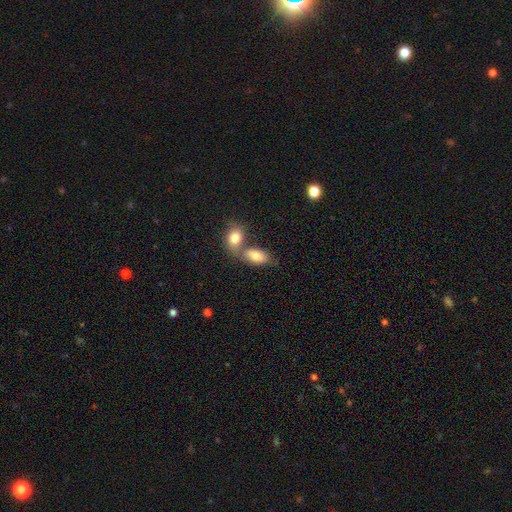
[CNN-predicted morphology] A smooth galaxy with no disk features (81%) that is in between round and cigar-shaped (89%).

Vote fractions:
- Smooth or featured? smooth: 81% / featured or disk: 12% / star or artifact: 7%
- How rounded? in between: 89% / round: 8% / cigar-shaped: 3%
- Merging? merger: 53% / none: 34% / minor disturbance: 9% / major disturbance: 4%